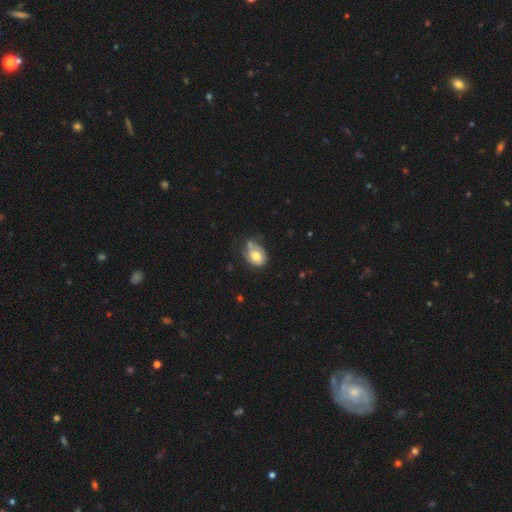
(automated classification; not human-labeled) smooth 66%, featured or disk 26%, star or artifact 8%. Down the decision tree: how rounded — in between (67%); merging — none (45%).